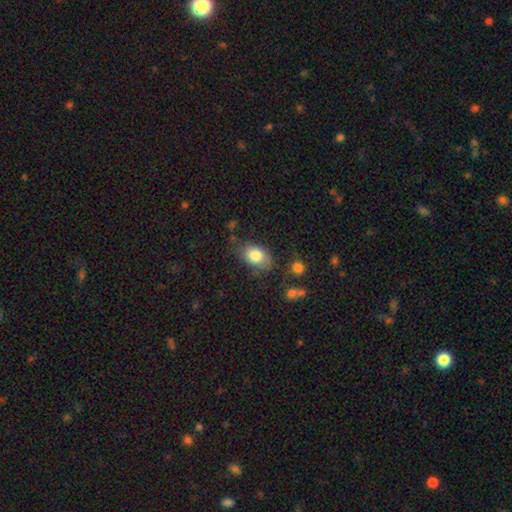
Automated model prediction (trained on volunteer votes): smooth-or-featured: smooth: 82% | featured or disk: 10% | star or artifact: 8%
  how-rounded: in between: 83% | round: 16% | cigar-shaped: 1%
  merging: none: 68% | minor disturbance: 22% | major disturbance: 7% | merger: 3%